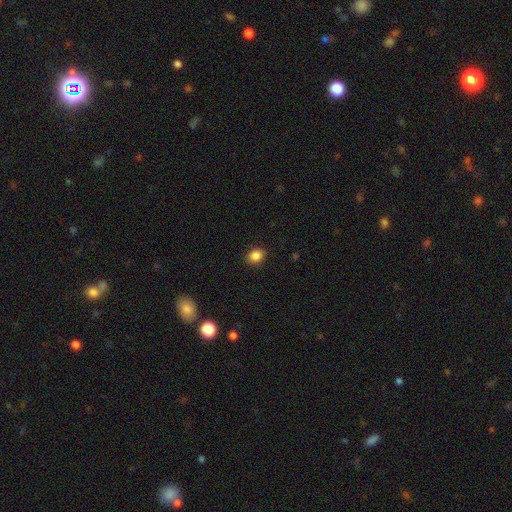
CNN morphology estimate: Smooth or featured? smooth (86%)
How rounded? round (58%)
Merging? none (89%)